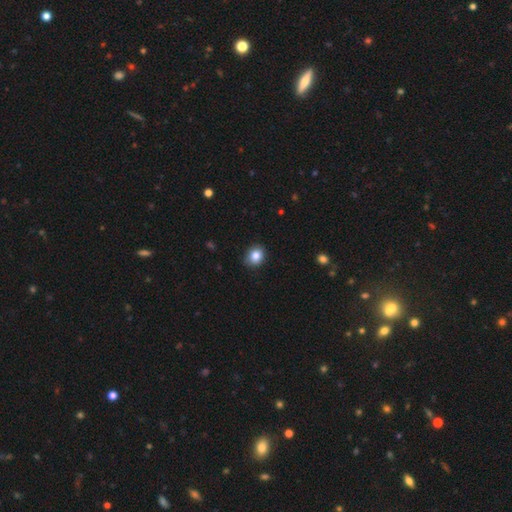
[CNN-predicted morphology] Overall: smooth (85%). How rounded: round (59%; in between 40%). Merging: none (85%).